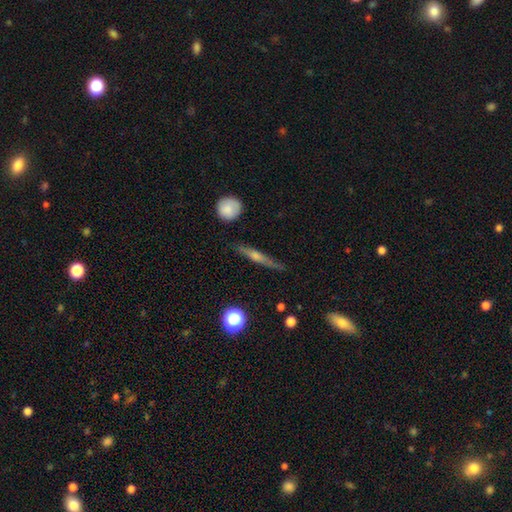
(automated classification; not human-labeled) smooth_or_featured: featured or disk (p=0.58) [alt: smooth p=0.32]
disk_edge_on: yes (p=0.93) [alt: no p=0.07]
edge_on_bulge: rounded (p=0.72) [alt: none p=0.18]
merging: none (p=0.80) [alt: minor disturbance p=0.14]